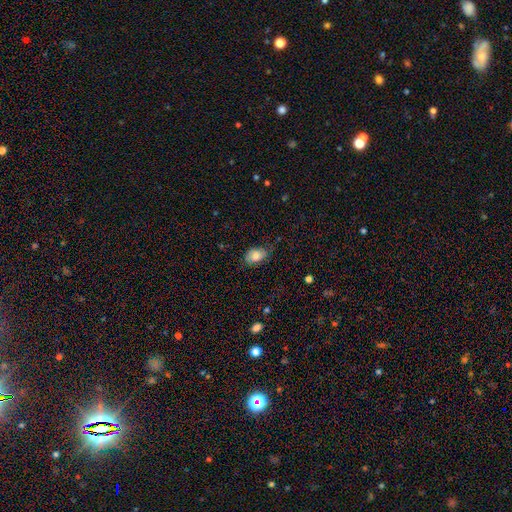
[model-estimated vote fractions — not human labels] smooth 76%, featured or disk 16%, star or artifact 8%. Down the decision tree: how rounded — in between (84%); merging — none (63%).